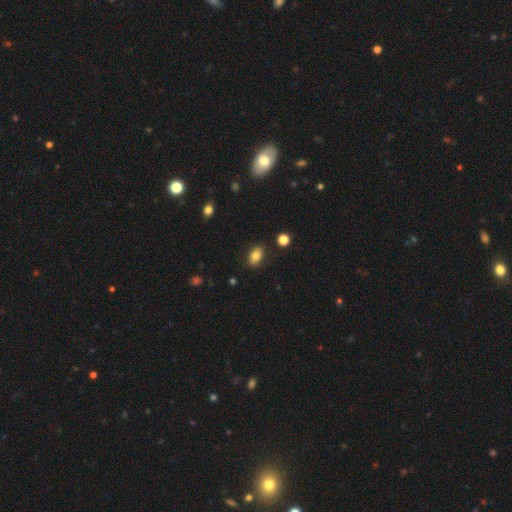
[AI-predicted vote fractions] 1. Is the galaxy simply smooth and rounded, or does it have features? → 80% smooth, 11% featured or disk, 10% star or artifact.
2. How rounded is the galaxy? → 83% in between, 14% round, 3% cigar-shaped.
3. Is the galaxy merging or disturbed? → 84% none, 11% minor disturbance, 3% major disturbance, 2% merger.